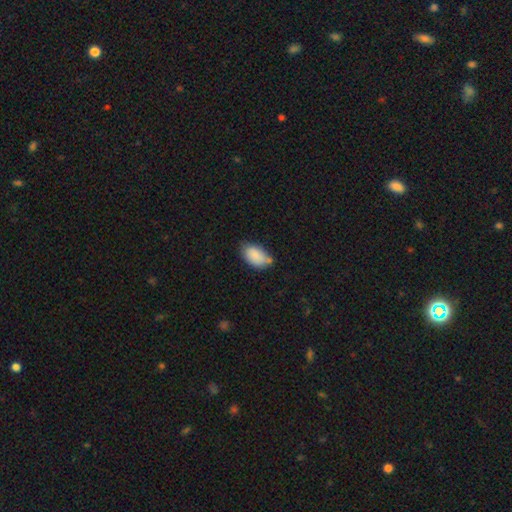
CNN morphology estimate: type=smooth (87%); roundness=in between (92%); merging=none (62%).